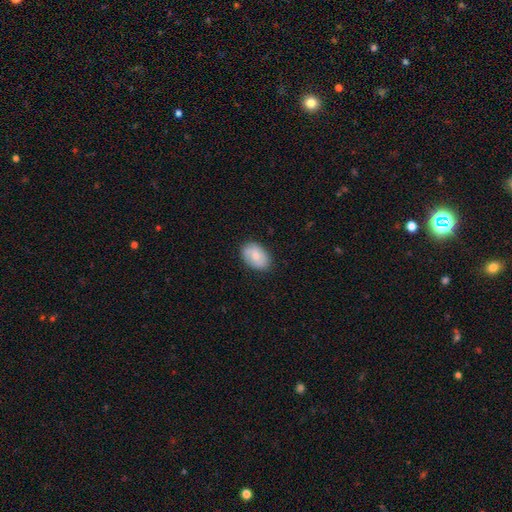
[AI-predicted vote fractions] Smooth or featured? smooth (76%)
How rounded? in between (85%)
Merging? none (82%)